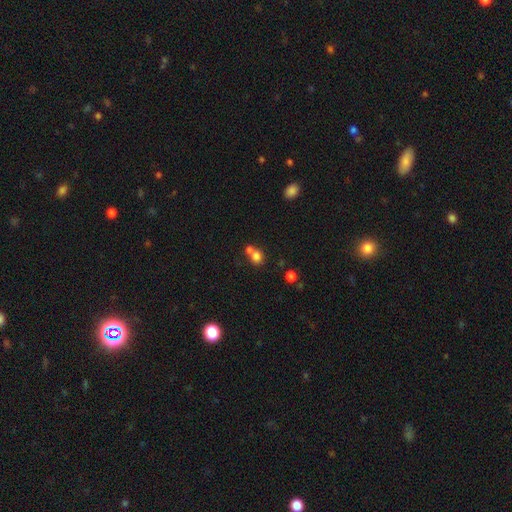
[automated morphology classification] This is likely a smooth galaxy (77%). How rounded: likely round (77%). Merging: possibly merger (46%).